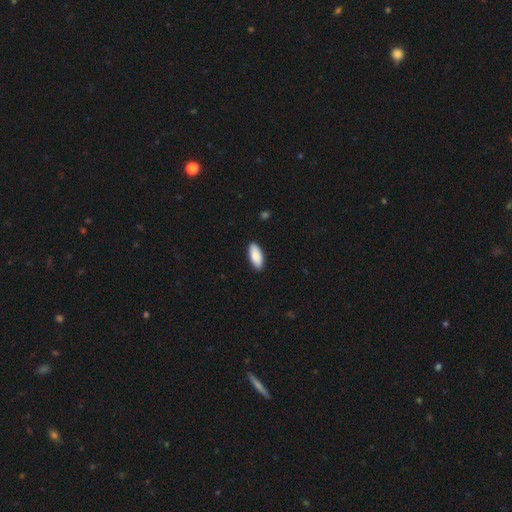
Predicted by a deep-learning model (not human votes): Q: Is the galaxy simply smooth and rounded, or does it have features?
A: smooth — 88%.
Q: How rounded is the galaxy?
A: in between — 88%.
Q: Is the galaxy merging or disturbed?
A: none — 89%.